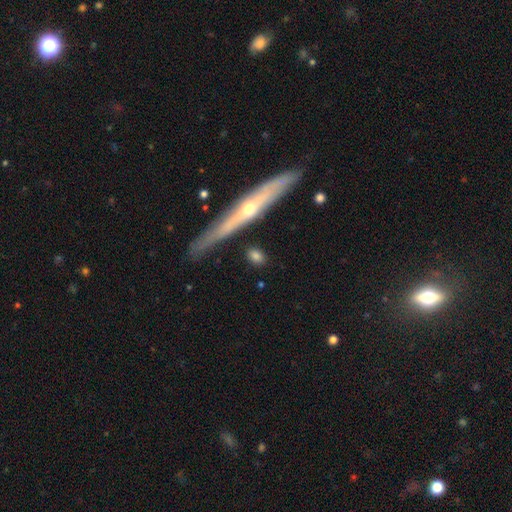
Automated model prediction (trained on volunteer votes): Smooth or featured?
  - smooth: 75% *
  - featured or disk: 18%
  - star or artifact: 7%
How rounded?
  - in between: 52% *
  - round: 29%
  - cigar-shaped: 19%
Merging?
  - none: 83% *
  - minor disturbance: 10%
  - merger: 4%
  - major disturbance: 3%